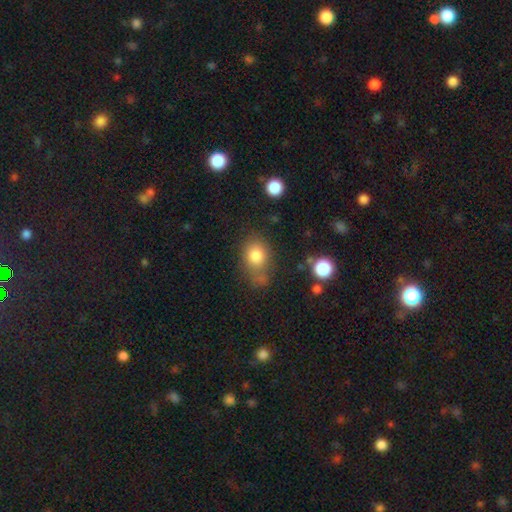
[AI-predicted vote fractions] smooth 80%, star or artifact 10%, featured or disk 9%. Down the decision tree: how rounded — in between (58%); merging — none (54%).